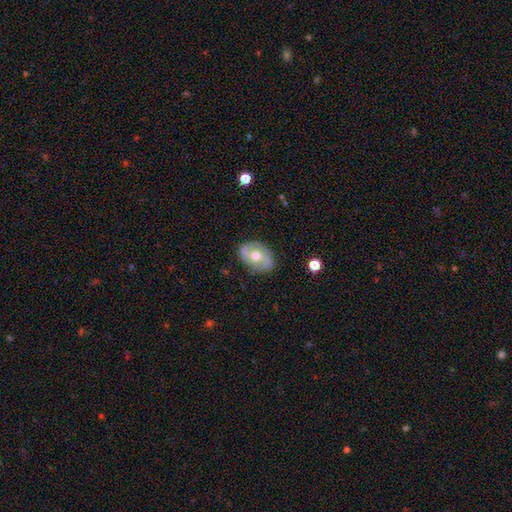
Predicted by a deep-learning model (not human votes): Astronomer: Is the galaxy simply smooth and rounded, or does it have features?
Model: featured or disk — 54% (runner-up: smooth, 39%).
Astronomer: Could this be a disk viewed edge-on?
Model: no — 93%.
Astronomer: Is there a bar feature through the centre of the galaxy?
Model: no — 53% (runner-up: weak, 33%).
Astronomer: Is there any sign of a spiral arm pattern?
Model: yes — 59% (runner-up: no, 41%).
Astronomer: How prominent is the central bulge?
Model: moderate — 73%.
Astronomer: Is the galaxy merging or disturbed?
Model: none — 82%.